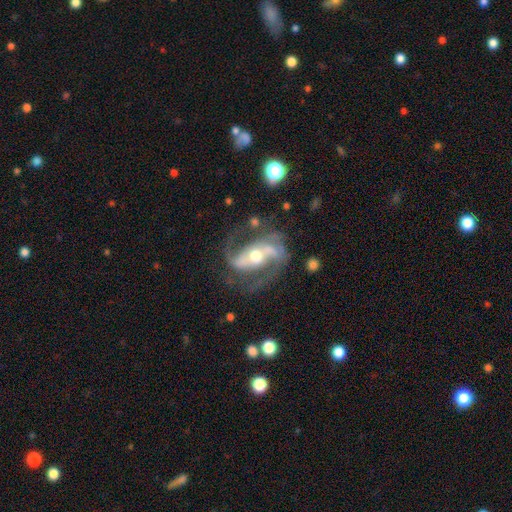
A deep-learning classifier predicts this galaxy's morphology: type=featured or disk (89%); edge-on=no (96%); bar=strong (46%); spiral arms=yes (96%); winding=medium (53%); arm count=2 (87%); bulge=moderate (66%); merging=none (66%).